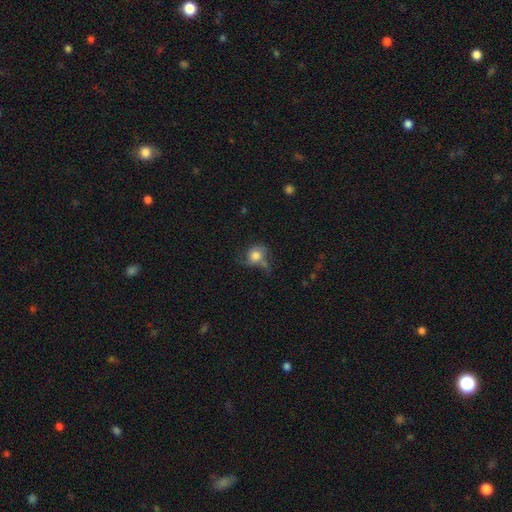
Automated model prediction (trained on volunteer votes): smooth-or-featured: smooth: 73% | featured or disk: 17% | star or artifact: 9%
  how-rounded: round: 73% | in between: 26% | cigar-shaped: 1%
  merging: none: 44% | minor disturbance: 28% | major disturbance: 18% | merger: 10%